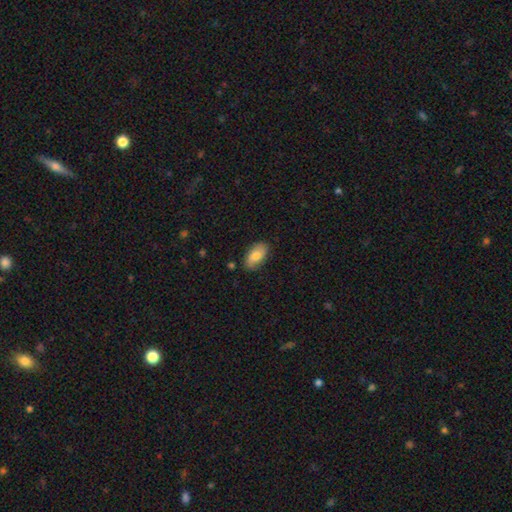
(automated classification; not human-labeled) smooth_or_featured: smooth (p=0.76) [alt: featured or disk p=0.18]
how_rounded: in between (p=0.94) [alt: round p=0.03]
merging: none (p=0.82) [alt: minor disturbance p=0.14]